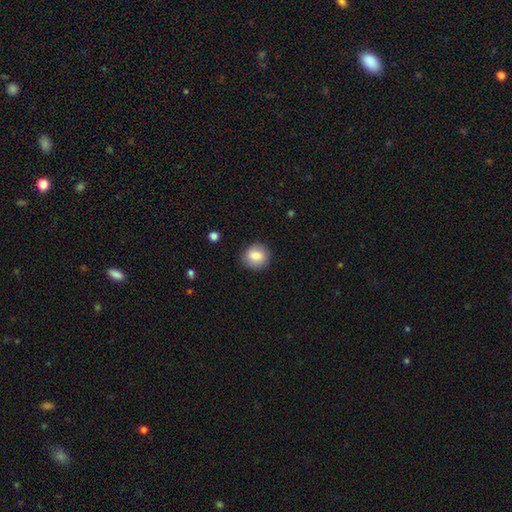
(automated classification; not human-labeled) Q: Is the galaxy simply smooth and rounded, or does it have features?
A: smooth — 85%.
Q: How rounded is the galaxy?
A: round — 80%.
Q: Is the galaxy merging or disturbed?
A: none — 84%.